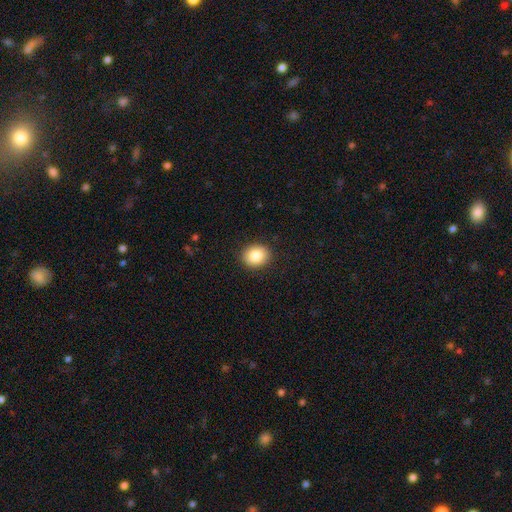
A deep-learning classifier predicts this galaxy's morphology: smooth 85%, star or artifact 8%, featured or disk 7%. Down the decision tree: how rounded — round (63%); merging — none (90%).